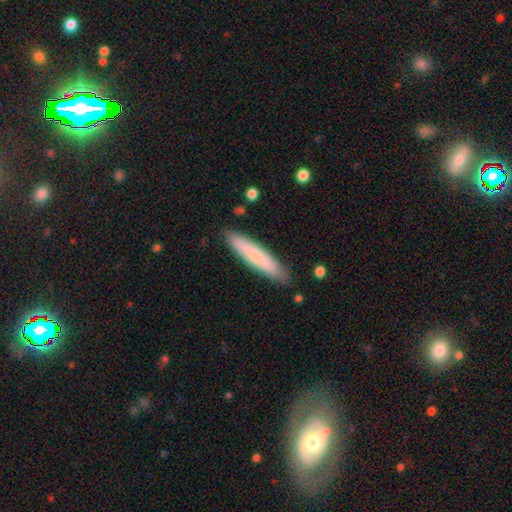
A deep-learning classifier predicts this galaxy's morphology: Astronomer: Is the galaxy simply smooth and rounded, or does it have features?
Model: smooth — 76%.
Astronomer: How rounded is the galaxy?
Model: cigar-shaped — 89%.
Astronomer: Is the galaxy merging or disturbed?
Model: none — 88%.